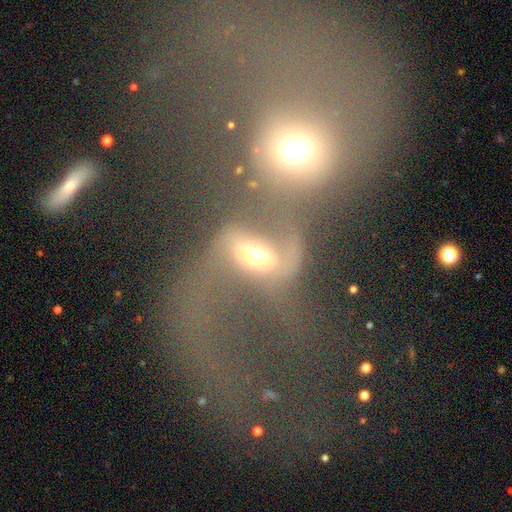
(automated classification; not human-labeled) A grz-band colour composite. It shows a featured or disk galaxy (52%). Merging: none (35%).